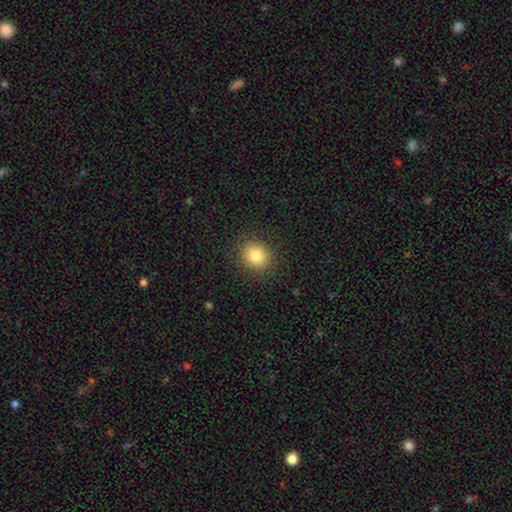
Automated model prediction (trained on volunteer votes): Smooth or featured? Predicted: smooth (p=0.83). How rounded? Predicted: round (p=0.83). Merging? Predicted: none (p=0.90).